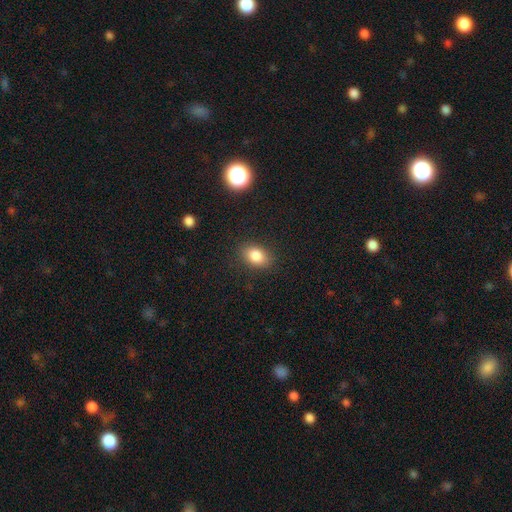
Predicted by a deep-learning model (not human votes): A smooth galaxy with no disk features (83%) that is in between round and cigar-shaped (74%). Merging: none (86%).